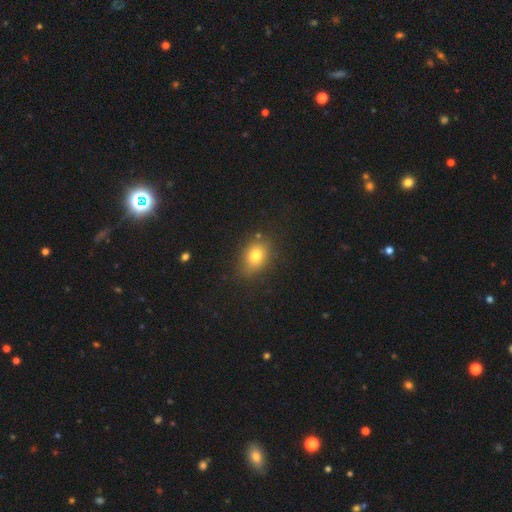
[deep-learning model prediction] A smooth galaxy with no disk features (77%) that is in between round and cigar-shaped (57%). Merging: none (78%).